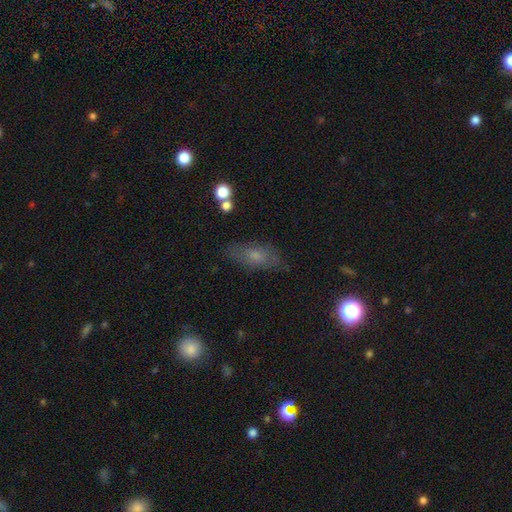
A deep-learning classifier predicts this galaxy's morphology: The model was most divided on "smooth or featured": smooth: 60%, featured or disk: 28%, star or artifact: 12%. More confident: how rounded — in between (76%); merging — none (75%).